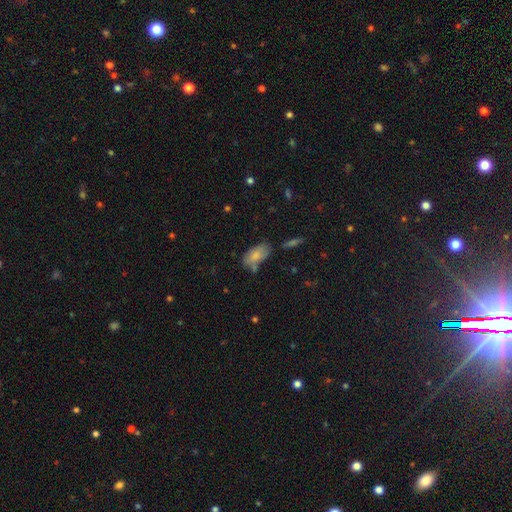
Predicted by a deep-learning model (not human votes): smooth-or-featured: smooth: 79% | featured or disk: 14% | star or artifact: 7%
  how-rounded: in between: 92% | cigar-shaped: 5% | round: 3%
  merging: none: 60% | minor disturbance: 23% | merger: 11% | major disturbance: 6%